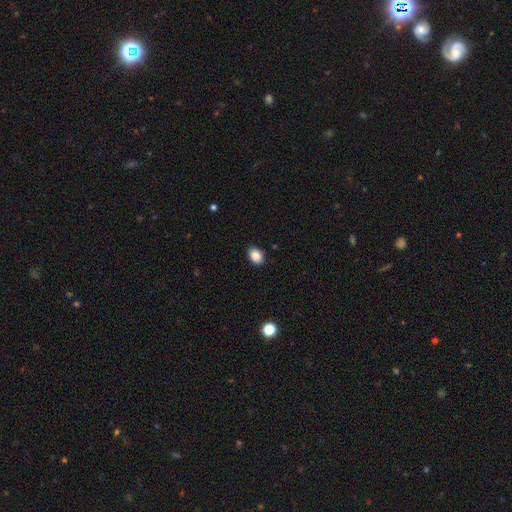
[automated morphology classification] smooth_or_featured: smooth (p=0.87) [alt: star or artifact p=0.09]
how_rounded: in between (p=0.72) [alt: round p=0.27]
merging: none (p=0.88) [alt: minor disturbance p=0.09]